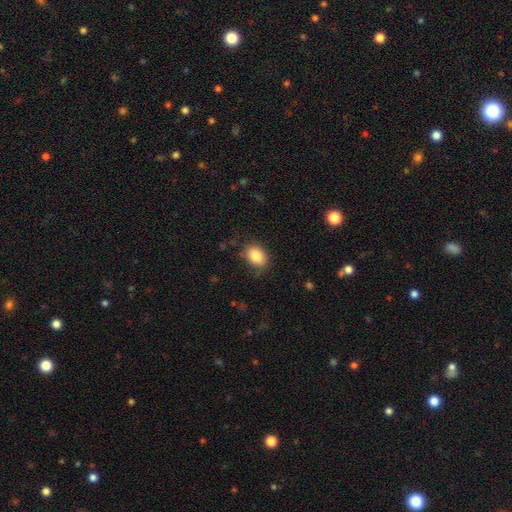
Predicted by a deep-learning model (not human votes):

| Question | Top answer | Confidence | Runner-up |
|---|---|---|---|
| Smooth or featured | smooth | 86% | star or artifact (8%) |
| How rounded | in between | 73% | round (26%) |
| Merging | none | 77% | minor disturbance (17%) |